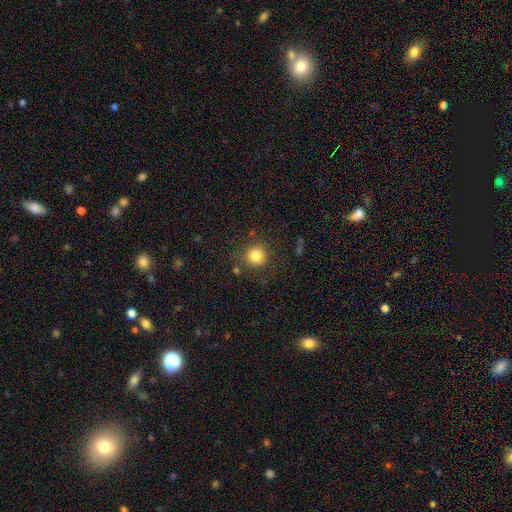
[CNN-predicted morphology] This is clearly a smooth galaxy (82%). How rounded: clearly round (92%). Merging: clearly none (84%).